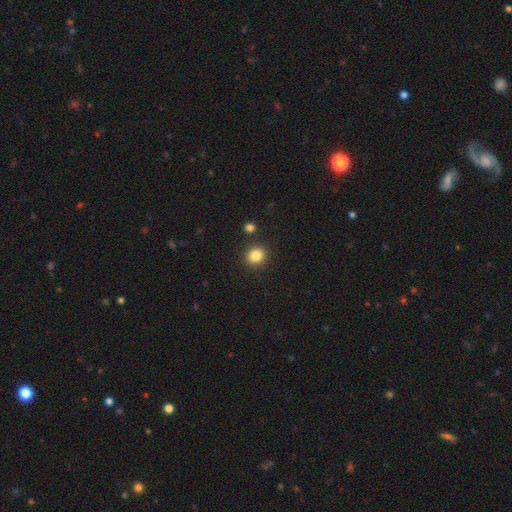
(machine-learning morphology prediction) Q: Smooth or featured?
A: smooth (84%); runner-up: star or artifact (11%)
Q: How rounded?
A: round (87%); runner-up: in between (12%)
Q: Merging?
A: none (88%); runner-up: minor disturbance (6%)